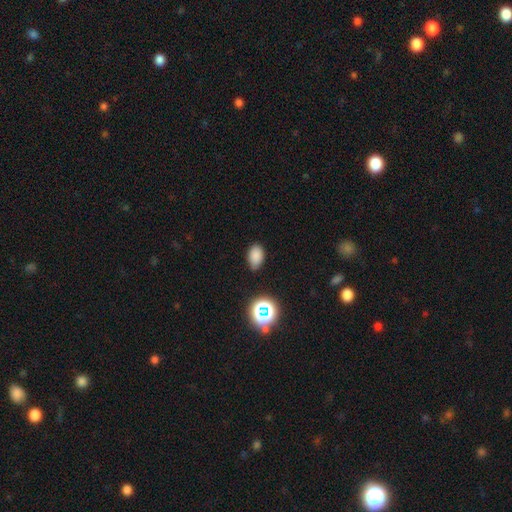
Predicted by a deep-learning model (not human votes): Morphology: type=smooth (81%); roundness=in between (87%); merging=none (79%).